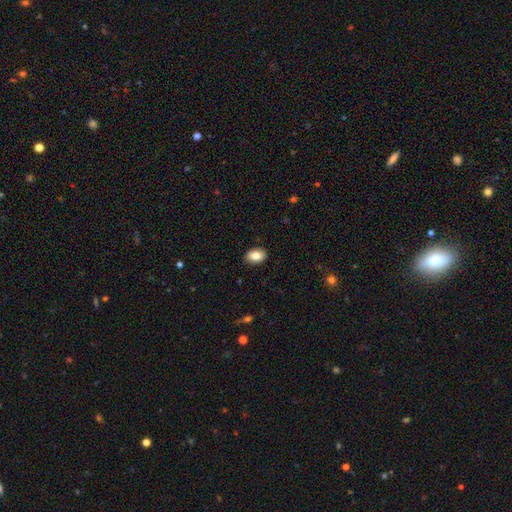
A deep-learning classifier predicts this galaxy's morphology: Smooth or featured: smooth — 81% (featured or disk — 11%)
How rounded: in between — 82% (round — 17%)
Merging: none — 88% (minor disturbance — 9%)